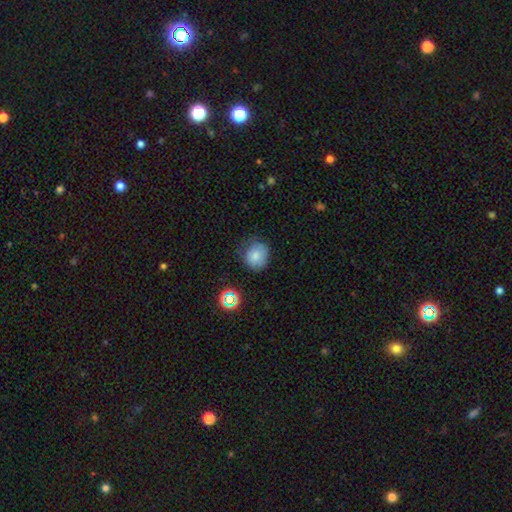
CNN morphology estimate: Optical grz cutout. It shows a smooth galaxy with no disk features (78%) that is round (79%). Merging: none (63%).